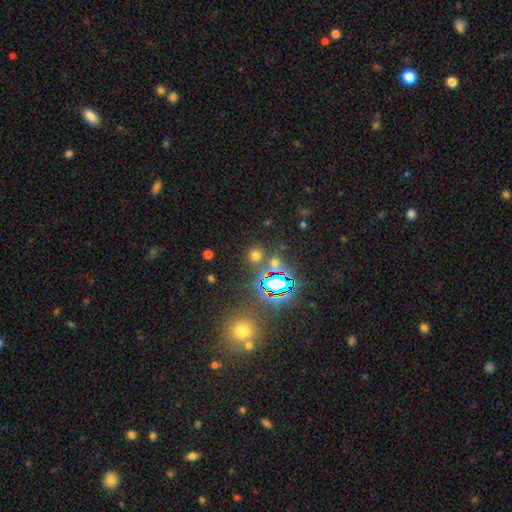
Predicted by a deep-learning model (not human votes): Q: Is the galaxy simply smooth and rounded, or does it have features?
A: smooth — 54%.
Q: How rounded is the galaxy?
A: round — 89%.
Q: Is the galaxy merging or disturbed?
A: none — 82%.